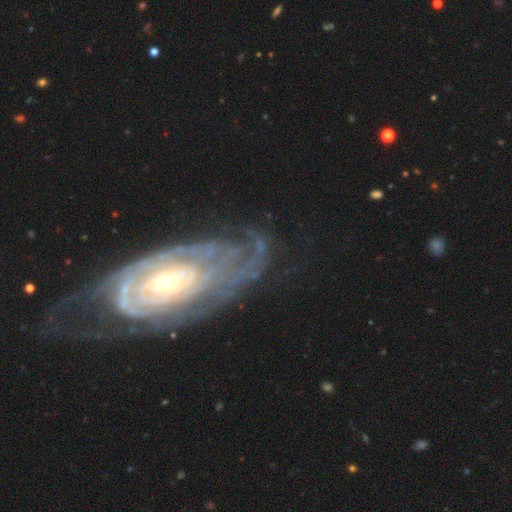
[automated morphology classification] The model was most divided on "bulge size" (2-way tie): moderate: 45%, small: 45%, large: 7%, none: 2%, dominant: 2%. Remaining: edge-on disk — no (93%); spiral arms — yes (90%); smooth or featured — featured or disk (84%); spiral winding — tight (77%); bar — no (68%); merging — none (63%); spiral arm count — can't tell (49%).